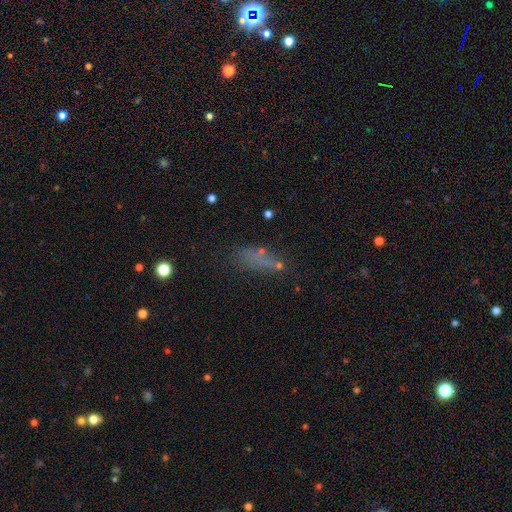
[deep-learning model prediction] Smooth or featured? Predicted: smooth (p=0.53). How rounded? Predicted: in between (p=0.53). Merging? Predicted: none (p=0.49).